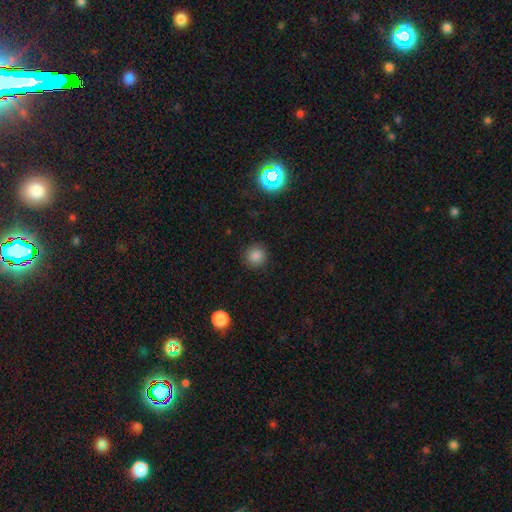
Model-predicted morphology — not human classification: This appears to be a smooth galaxy with no disk features (83%) that is round (92%). Merging: none (89%).